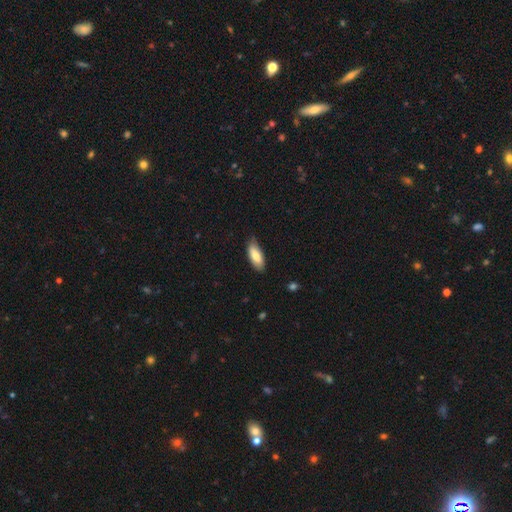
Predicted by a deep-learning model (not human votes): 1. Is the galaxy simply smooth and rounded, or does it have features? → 78% smooth, 16% featured or disk, 6% star or artifact.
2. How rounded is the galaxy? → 79% in between, 20% cigar-shaped, 2% round.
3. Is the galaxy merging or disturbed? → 75% none, 21% minor disturbance, 3% major disturbance, 1% merger.